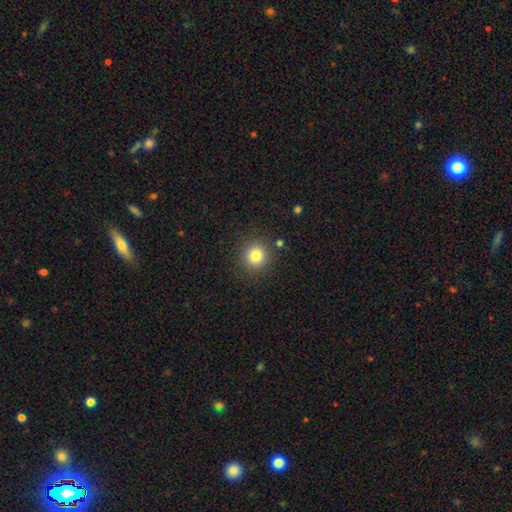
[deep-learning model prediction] This appears to be a smooth galaxy with no disk features (82%) that is round (92%). Merging: none (88%).